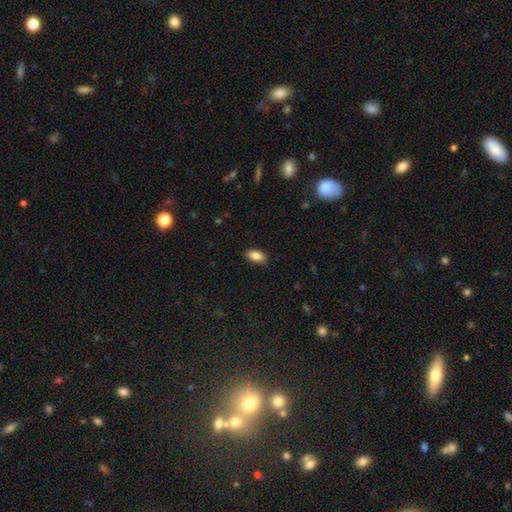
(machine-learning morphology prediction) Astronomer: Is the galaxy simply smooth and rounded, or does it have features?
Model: smooth — 86%.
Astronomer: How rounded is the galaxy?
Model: in between — 90%.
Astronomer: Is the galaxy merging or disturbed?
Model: none — 86%.